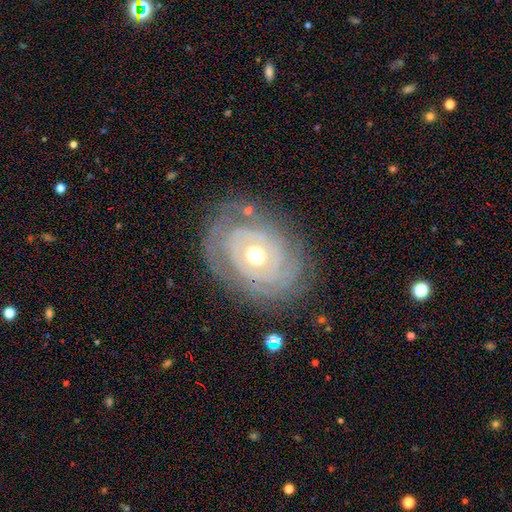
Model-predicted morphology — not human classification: Smooth or featured? featured or disk (79%)
Edge-on disk? no (96%)
Bar? no (81%)
Spiral arms? yes (72%)
Spiral winding? tight (78%)
Spiral arm count? can't tell (49%)
Bulge size? moderate (74%)
Merging? none (75%)